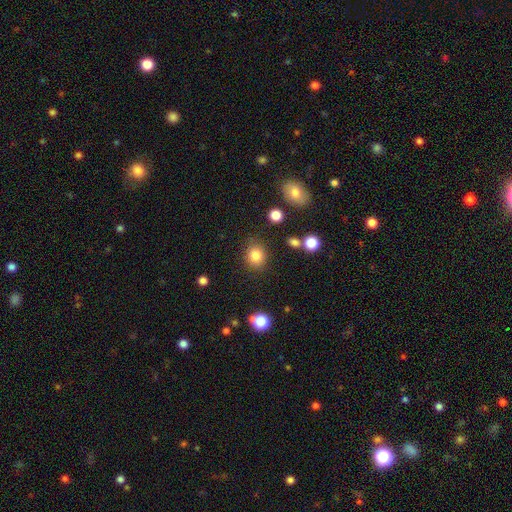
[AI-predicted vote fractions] smooth_or_featured: smooth (p=0.83) [alt: star or artifact p=0.11]
how_rounded: round (p=0.72) [alt: in between p=0.27]
merging: none (p=0.84) [alt: minor disturbance p=0.10]